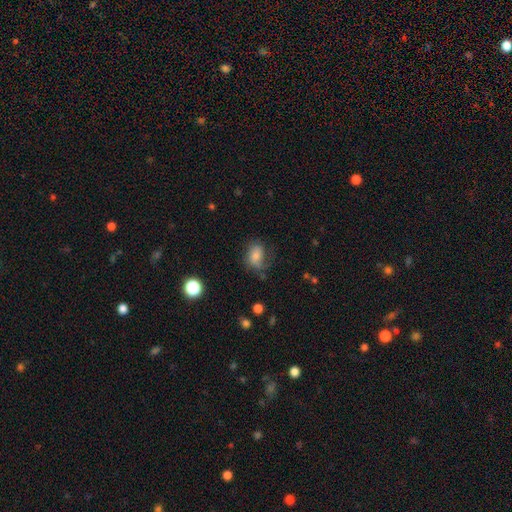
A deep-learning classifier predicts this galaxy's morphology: Smooth or featured? smooth (63%)
How rounded? in between (69%)
Merging? none (52%)